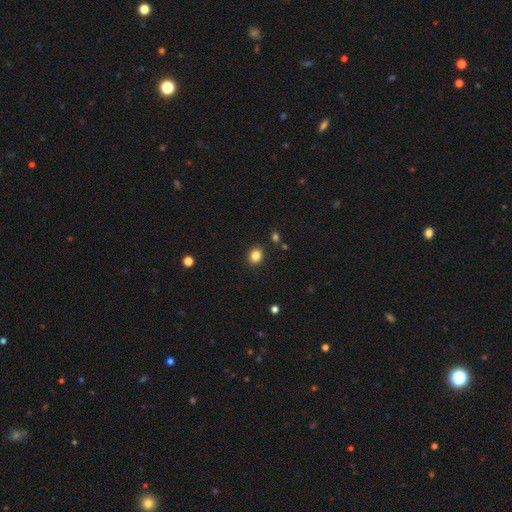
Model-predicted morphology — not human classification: This appears to be a smooth galaxy with no disk features (84%) that is round (68%). Merging: none (90%).